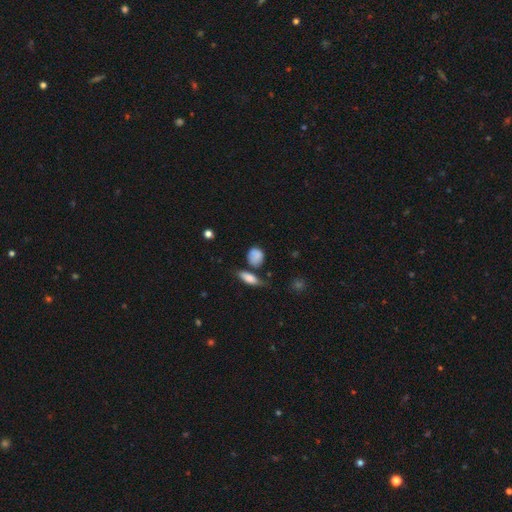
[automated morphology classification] This is clearly a smooth galaxy (82%). How rounded: likely round (61%). Merging: possibly none (53%).